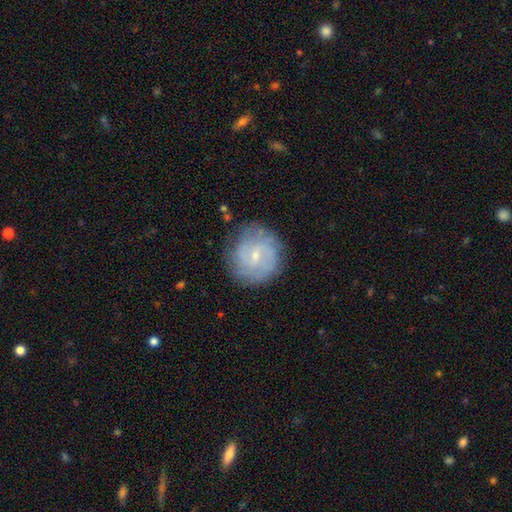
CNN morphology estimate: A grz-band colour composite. It shows a featured or disk galaxy (75%) with a weak bar (54%), tight (55%) spiral arms (91%) and a small central bulge (74%). Merging: none (80%).